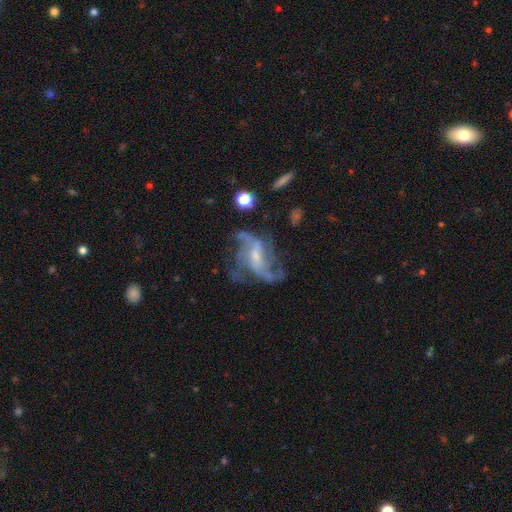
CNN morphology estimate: smooth-or-featured: featured or disk: 86% | star or artifact: 8% | smooth: 6%
  disk-edge-on: no: 96% | yes: 4%
    bar: weak: 45% | no: 32% | strong: 23%
    has-spiral-arms: yes: 93% | no: 7%
      spiral-winding: loose: 49% | medium: 38% | tight: 13%
      spiral-arm-count: 2: 28% | 3: 26% | can't tell: 17% | 4: 16% | more than 4: 6% | 1: 6%
    bulge-size: small: 60% | moderate: 28% | none: 8% | large: 3% | dominant: 1%
  merging: none: 54% | major disturbance: 24% | minor disturbance: 19% | merger: 3%